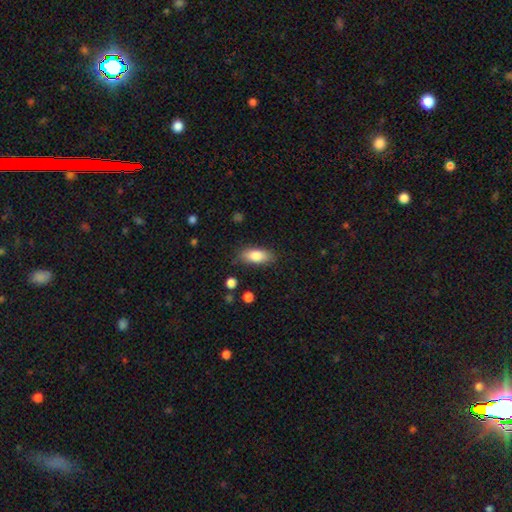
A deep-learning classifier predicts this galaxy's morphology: The model was most divided on "merging": none: 82%, minor disturbance: 13%, major disturbance: 3%, merger: 2%. More confident: how rounded — in between (84%); smooth or featured — smooth (83%).